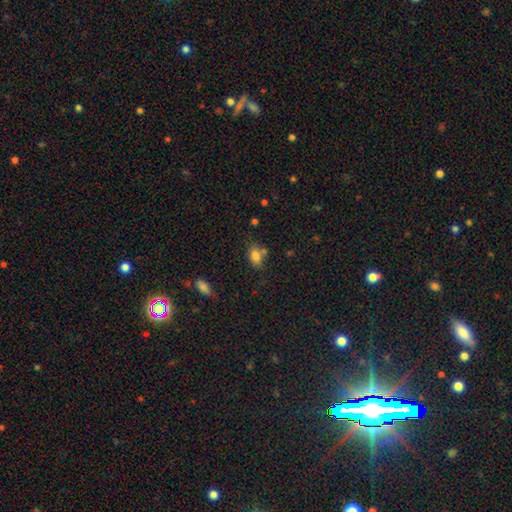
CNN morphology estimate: smooth 80%, star or artifact 10%, featured or disk 10%. Down the decision tree: how rounded — in between (83%); merging — none (59%).